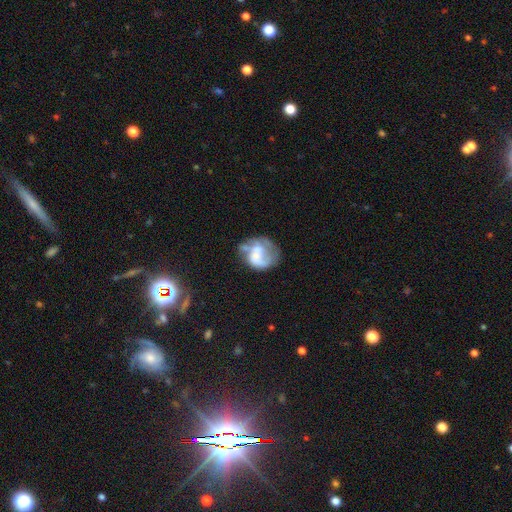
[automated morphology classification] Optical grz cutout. It shows a featured or disk galaxy (58%) with no bar (77%), spiral arms (50%, tied with no) and a small central bulge (32%). Merging: none (37%).